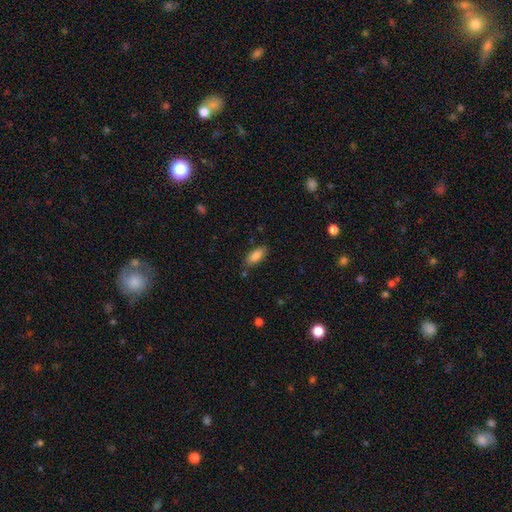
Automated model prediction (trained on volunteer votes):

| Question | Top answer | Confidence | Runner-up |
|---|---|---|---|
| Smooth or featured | smooth | 85% | featured or disk (8%) |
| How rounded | in between | 84% | cigar-shaped (14%) |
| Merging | none | 77% | minor disturbance (16%) |